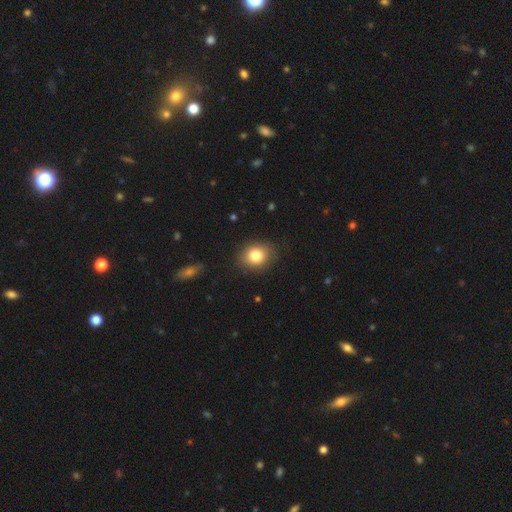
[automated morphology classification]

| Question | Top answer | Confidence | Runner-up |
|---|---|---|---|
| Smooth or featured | smooth | 81% | star or artifact (10%) |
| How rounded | round | 58% | in between (41%) |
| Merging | none | 87% | minor disturbance (10%) |